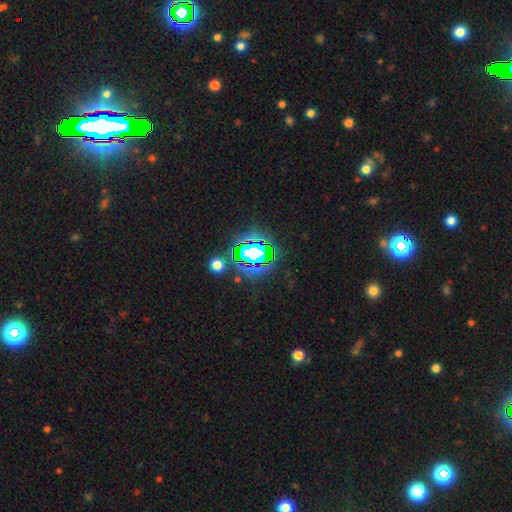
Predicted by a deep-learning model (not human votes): smooth-or-featured: star or artifact: 69% | smooth: 16% | featured or disk: 15%